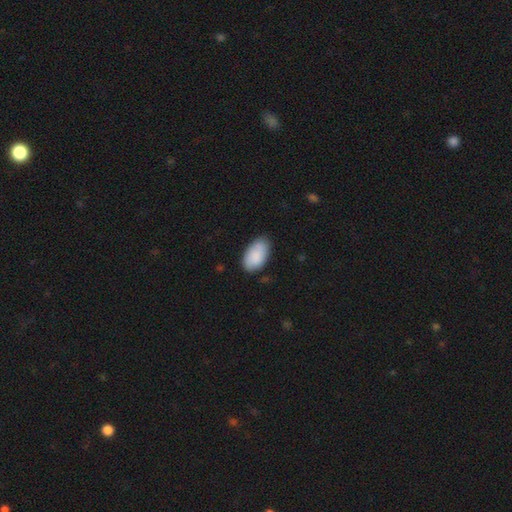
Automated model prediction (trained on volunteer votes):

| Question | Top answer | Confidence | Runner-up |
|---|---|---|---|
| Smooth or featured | smooth | 86% | featured or disk (8%) |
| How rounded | in between | 95% | round (3%) |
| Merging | none | 75% | minor disturbance (20%) |